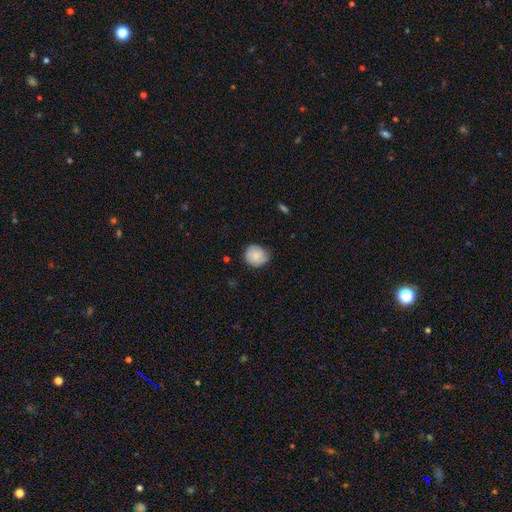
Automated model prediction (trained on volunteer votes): This is likely a smooth galaxy (75%). How rounded: clearly round (80%). Merging: likely none (69%).